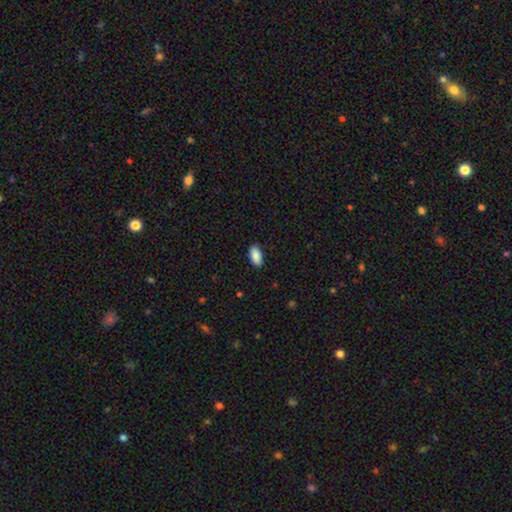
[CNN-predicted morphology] Q: Smooth or featured?
A: smooth (91%); runner-up: star or artifact (6%)
Q: How rounded?
A: in between (93%); runner-up: cigar-shaped (5%)
Q: Merging?
A: none (89%); runner-up: minor disturbance (8%)